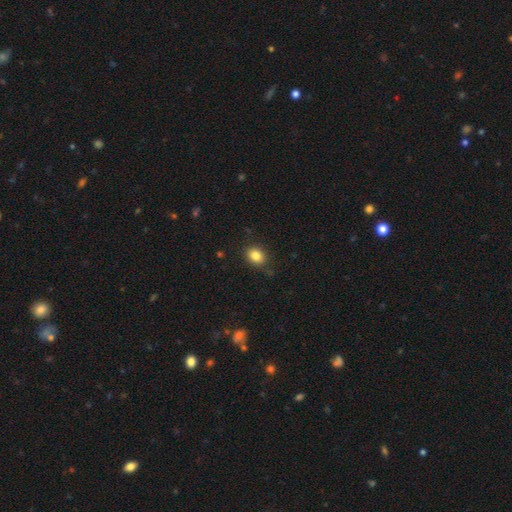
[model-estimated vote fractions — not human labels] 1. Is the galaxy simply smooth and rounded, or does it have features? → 84% smooth, 11% star or artifact, 6% featured or disk.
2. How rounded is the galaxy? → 55% round, 44% in between, 1% cigar-shaped.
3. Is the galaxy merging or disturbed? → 84% none, 12% minor disturbance, 3% major disturbance, 2% merger.